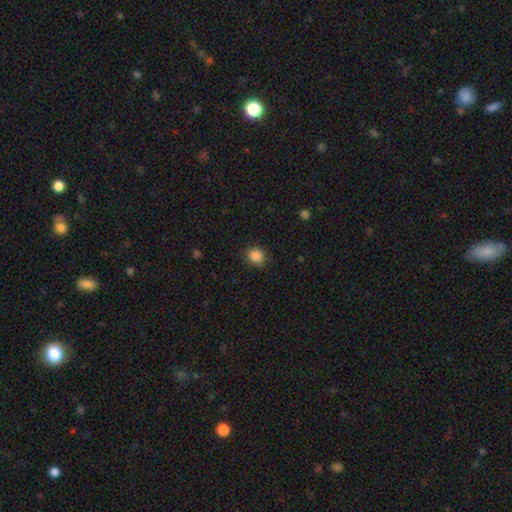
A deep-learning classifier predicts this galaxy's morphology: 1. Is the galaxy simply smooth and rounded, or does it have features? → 87% smooth, 10% star or artifact, 3% featured or disk.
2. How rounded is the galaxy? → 64% round, 35% in between, 1% cigar-shaped.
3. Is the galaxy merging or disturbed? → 87% none, 10% minor disturbance, 3% major disturbance, 1% merger.